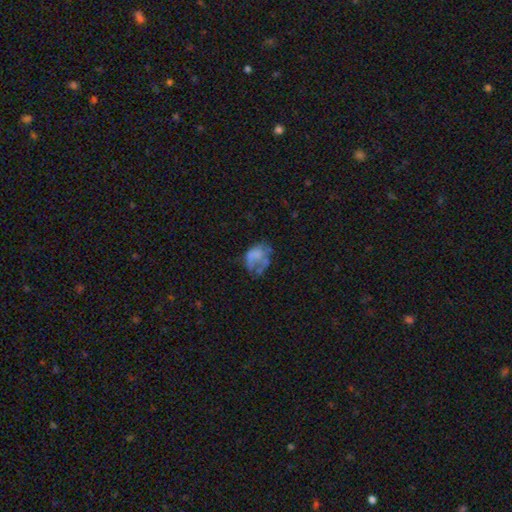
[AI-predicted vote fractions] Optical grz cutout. It shows a smooth galaxy with no disk features (46%). Merging: major disturbance (33%).